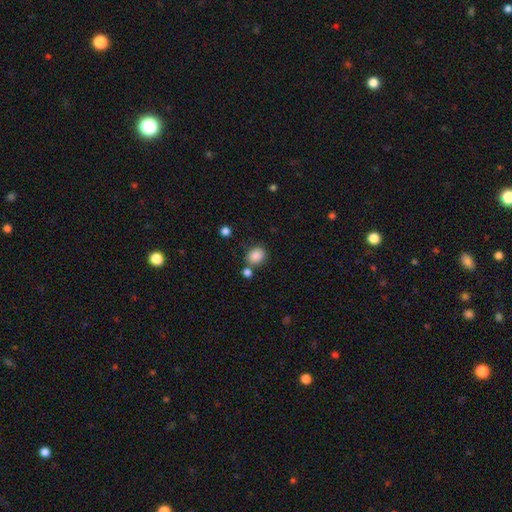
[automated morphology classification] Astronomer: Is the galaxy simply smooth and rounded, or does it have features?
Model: smooth — 87%.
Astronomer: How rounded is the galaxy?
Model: round — 56% (runner-up: in between, 44%).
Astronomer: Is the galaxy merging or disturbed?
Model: none — 70%.